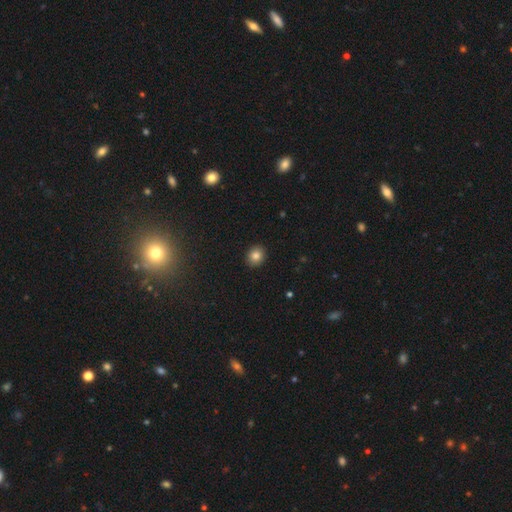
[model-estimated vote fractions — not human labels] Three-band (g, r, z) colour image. It shows a smooth galaxy with no disk features (83%) that is round (72%). Merging: none (91%).